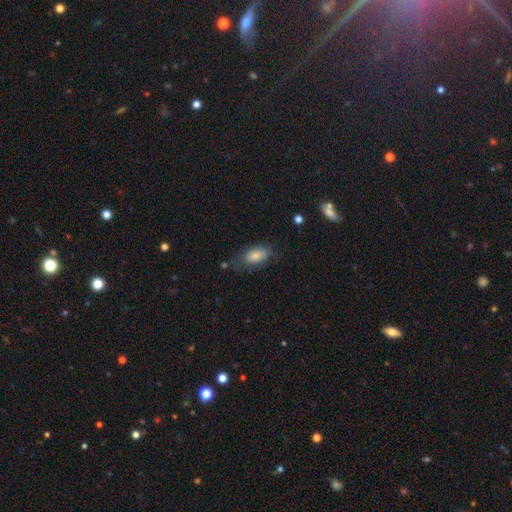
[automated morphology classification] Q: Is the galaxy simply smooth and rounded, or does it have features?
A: smooth — 79%.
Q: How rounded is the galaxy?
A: in between — 90%.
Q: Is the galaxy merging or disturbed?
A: none — 63%.